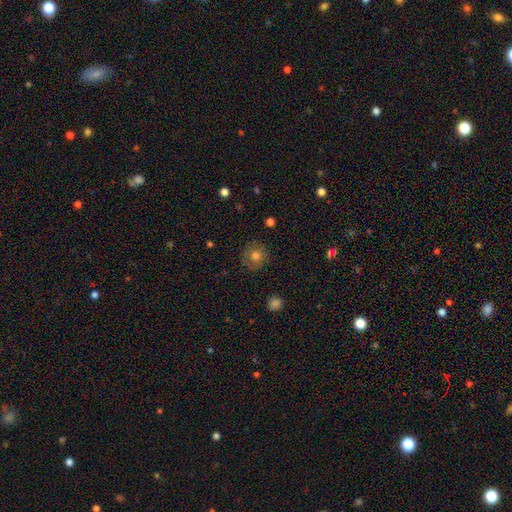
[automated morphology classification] The model was most divided on "smooth or featured": smooth: 76%, star or artifact: 12%, featured or disk: 12%. More confident: how rounded — round (91%); merging — none (86%).